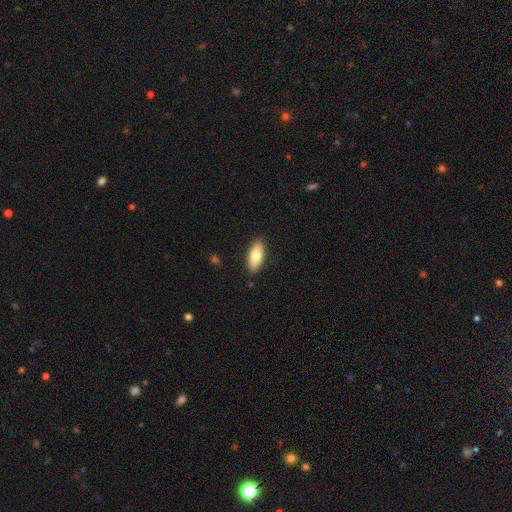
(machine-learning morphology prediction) A smooth galaxy with no disk features (75%) that is in between round and cigar-shaped (83%).

Vote fractions:
- Smooth or featured? smooth: 75% / featured or disk: 19% / star or artifact: 6%
- How rounded? in between: 83% / cigar-shaped: 14% / round: 3%
- Merging? none: 88% / minor disturbance: 9% / major disturbance: 2% / merger: 1%